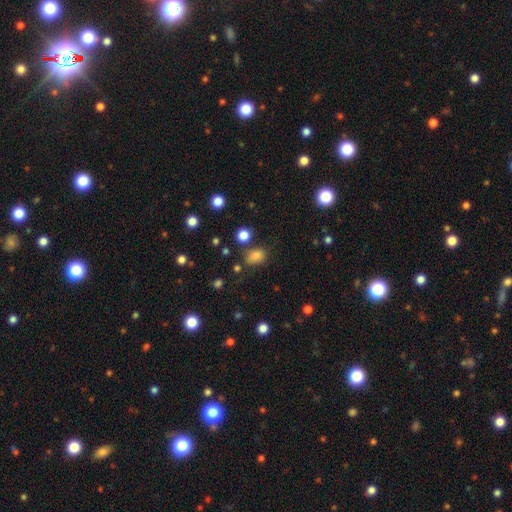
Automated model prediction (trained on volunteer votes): Smooth or featured? Predicted: smooth (p=0.81). How rounded? Predicted: in between (p=0.71). Merging? Predicted: none (p=0.71).